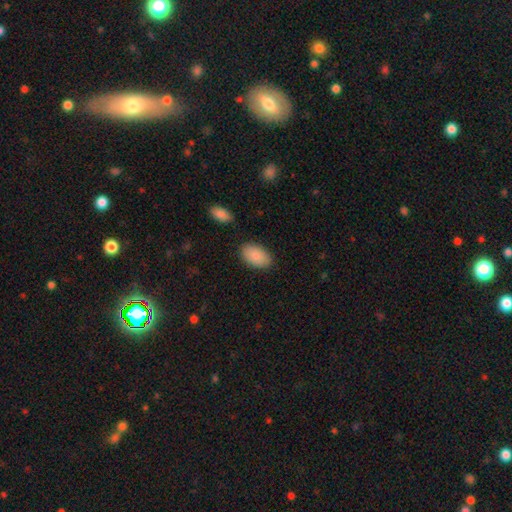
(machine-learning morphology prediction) smooth 88%, star or artifact 6%, featured or disk 6%. Down the decision tree: how rounded — in between (93%); merging — none (86%).